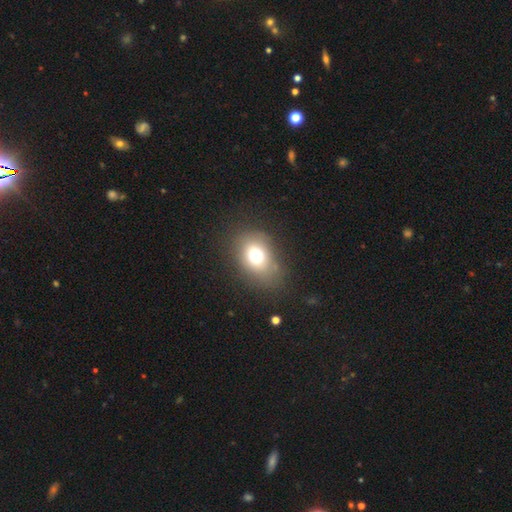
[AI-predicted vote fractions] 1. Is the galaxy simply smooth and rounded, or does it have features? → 70% smooth, 16% featured or disk, 14% star or artifact.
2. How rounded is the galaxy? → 64% in between, 35% round, 1% cigar-shaped.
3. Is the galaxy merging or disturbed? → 71% none, 17% minor disturbance, 9% major disturbance, 2% merger.